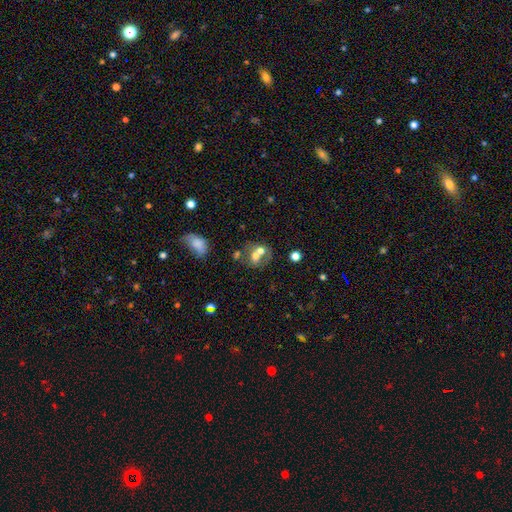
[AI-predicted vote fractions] This is possibly a smooth galaxy (57%). How rounded: possibly round (56%). Merging: possibly merger (57%).